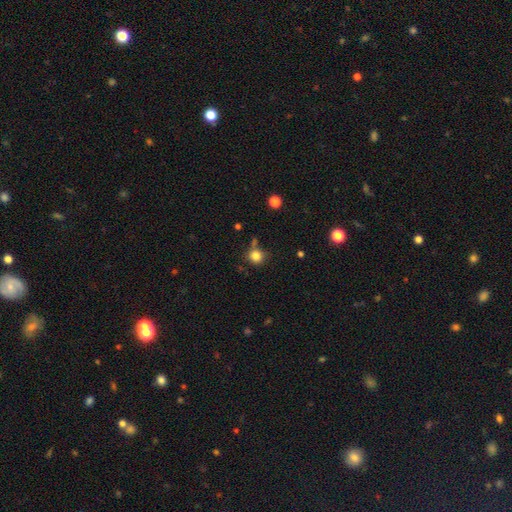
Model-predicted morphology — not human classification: This is clearly a smooth galaxy (83%). How rounded: clearly round (87%). Merging: likely none (72%).